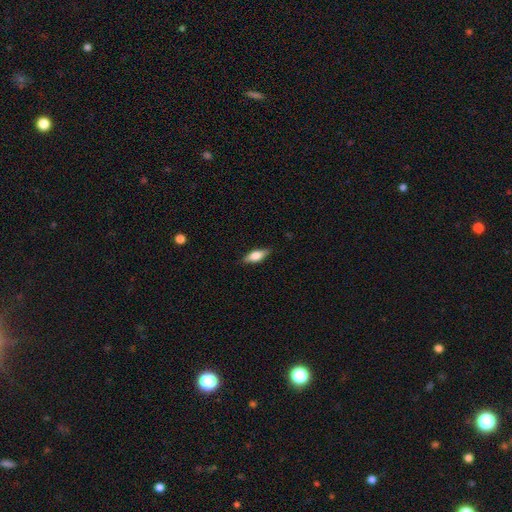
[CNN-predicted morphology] smooth 64%, featured or disk 30%, star or artifact 7%. Down the decision tree: how rounded — in between (71%); merging — none (85%).